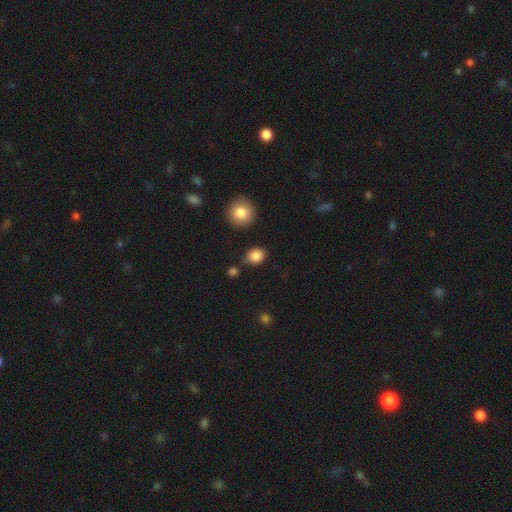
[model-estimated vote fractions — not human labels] Q: Smooth or featured?
A: smooth (86%); runner-up: star or artifact (10%)
Q: How rounded?
A: in between (54%); runner-up: round (45%)
Q: Merging?
A: none (71%); runner-up: minor disturbance (18%)